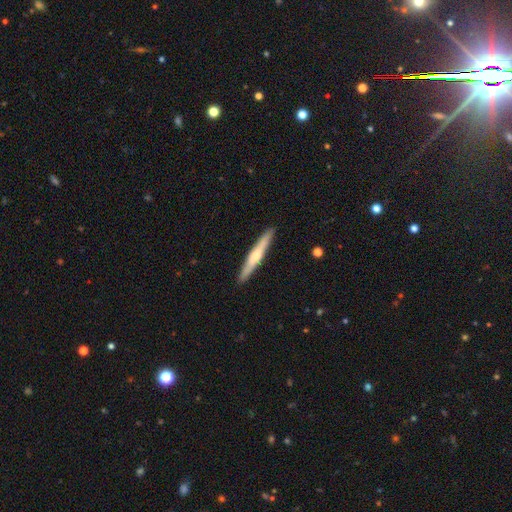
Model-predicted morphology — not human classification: A featured or disk galaxy (52%) viewed edge-on (96%) with a rounded central bulge (74%).

Vote fractions:
- Smooth or featured? featured or disk: 52% / smooth: 43% / star or artifact: 5%
- Edge-on disk? yes: 96% / no: 4%
- Edge-on bulge? rounded: 74% / none: 20% / boxy: 6%
- Merging? none: 91% / minor disturbance: 6% / major disturbance: 1% / merger: 1%